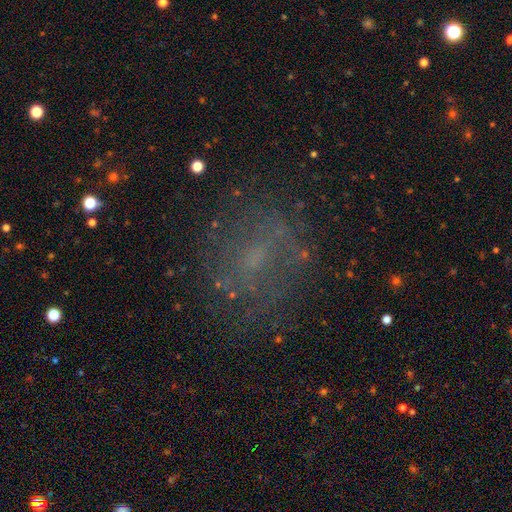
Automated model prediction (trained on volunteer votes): Smooth or featured? Predicted: featured or disk (p=0.44). Merging? Predicted: none (p=0.69).